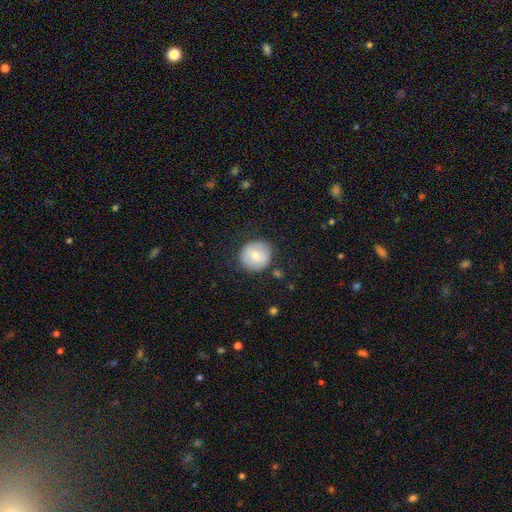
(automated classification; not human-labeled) smooth_or_featured: smooth (p=0.75) [alt: featured or disk p=0.18]
how_rounded: round (p=0.90) [alt: in between p=0.09]
merging: none (p=0.80) [alt: minor disturbance p=0.14]